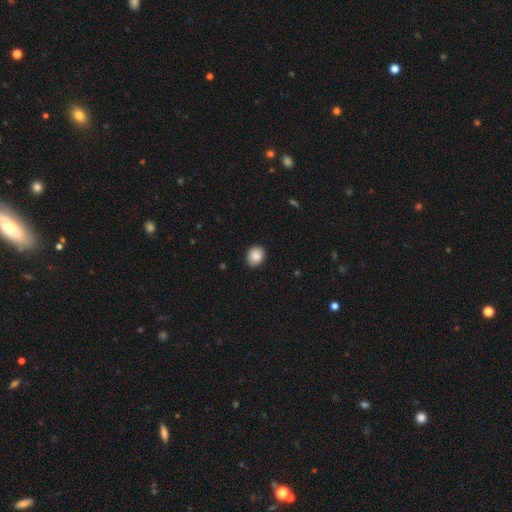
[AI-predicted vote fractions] Morphology: type=smooth (89%); roundness=round (61%); merging=none (88%).